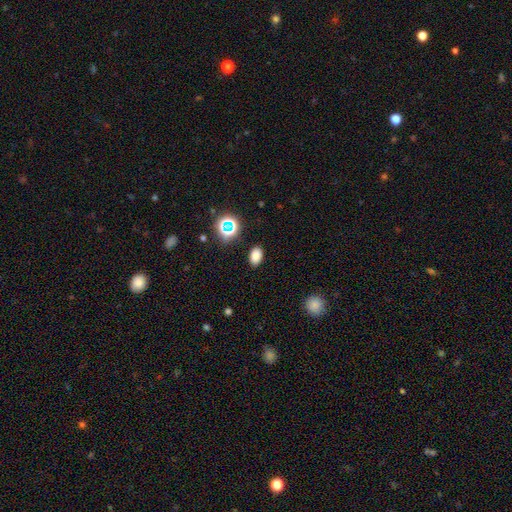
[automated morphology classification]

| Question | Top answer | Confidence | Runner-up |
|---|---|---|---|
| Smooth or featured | smooth | 79% | star or artifact (15%) |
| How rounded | in between | 83% | round (15%) |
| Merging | none | 87% | minor disturbance (9%) |